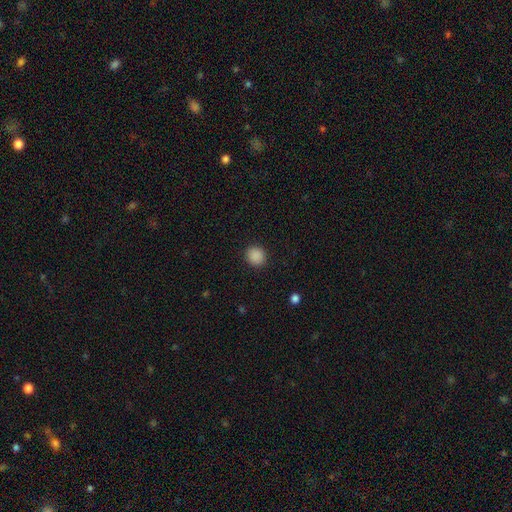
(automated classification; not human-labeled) Smooth or featured?
  - smooth: 88% *
  - star or artifact: 9%
  - featured or disk: 2%
How rounded?
  - round: 87% *
  - in between: 12%
  - cigar-shaped: 1%
Merging?
  - none: 91% *
  - minor disturbance: 6%
  - major disturbance: 2%
  - merger: 1%